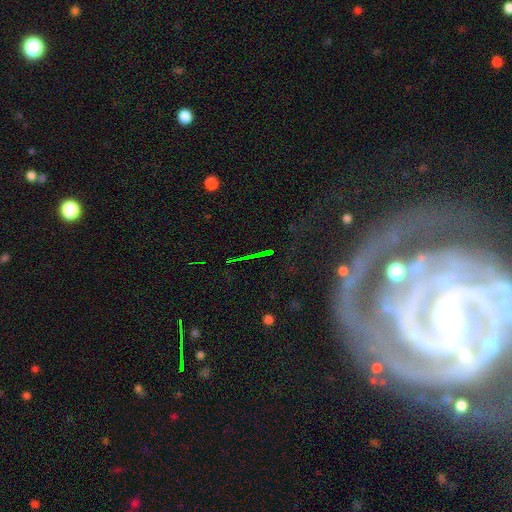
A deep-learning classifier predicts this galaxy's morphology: Smooth or featured?
  - star or artifact: 63% *
  - featured or disk: 20%
  - smooth: 17%